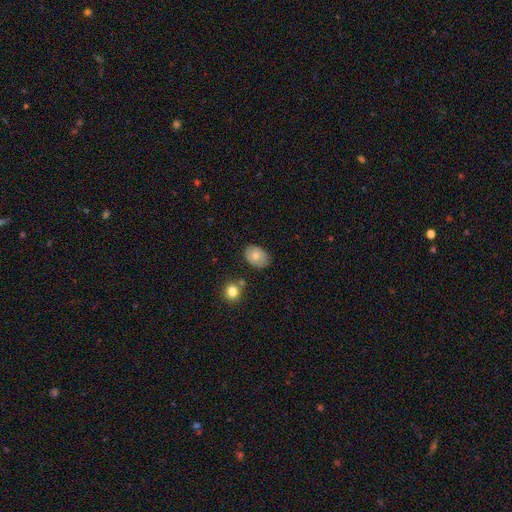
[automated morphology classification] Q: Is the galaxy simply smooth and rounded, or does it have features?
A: smooth — 76%.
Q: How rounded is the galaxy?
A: in between — 78%.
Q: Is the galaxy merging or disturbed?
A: none — 79%.